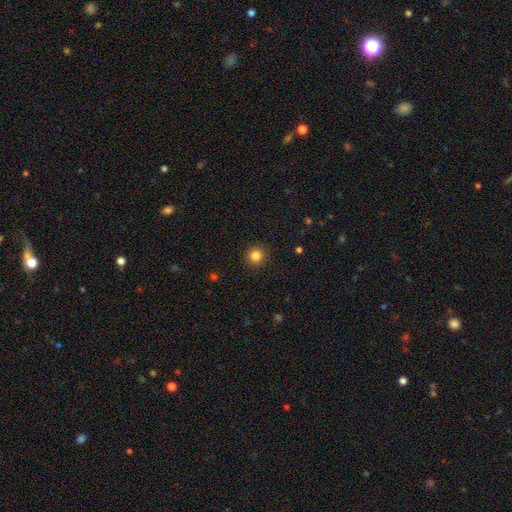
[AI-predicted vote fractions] smooth-or-featured: smooth: 84% | star or artifact: 11% | featured or disk: 5%
  how-rounded: round: 93% | in between: 6% | cigar-shaped: 1%
  merging: none: 92% | minor disturbance: 5% | major disturbance: 2% | merger: 1%